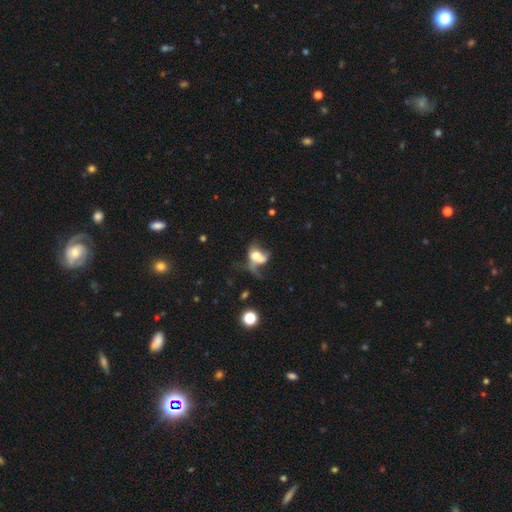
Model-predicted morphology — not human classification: A smooth galaxy with no disk features (51%) that is in between round and cigar-shaped (61%). Merging: merger (39%).